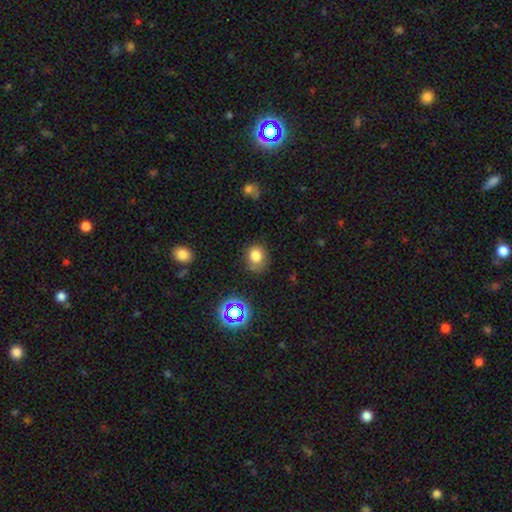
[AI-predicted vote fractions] smooth_or_featured: smooth (p=0.78) [alt: star or artifact p=0.15]
how_rounded: round (p=0.62) [alt: in between p=0.37]
merging: none (p=0.74) [alt: minor disturbance p=0.19]